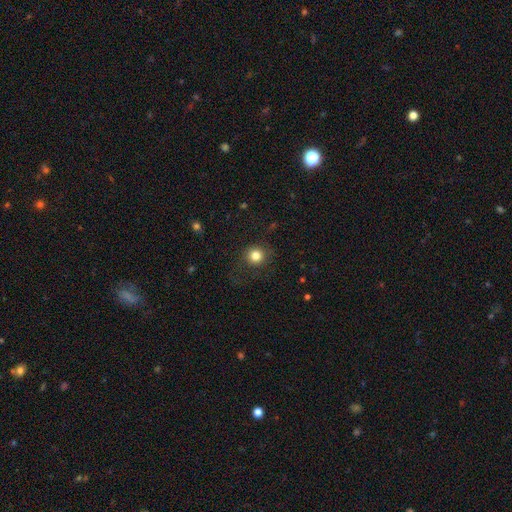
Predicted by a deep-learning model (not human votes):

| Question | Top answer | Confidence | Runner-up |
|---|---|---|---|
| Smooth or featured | smooth | 82% | star or artifact (12%) |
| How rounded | round | 91% | in between (9%) |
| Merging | none | 82% | minor disturbance (10%) |